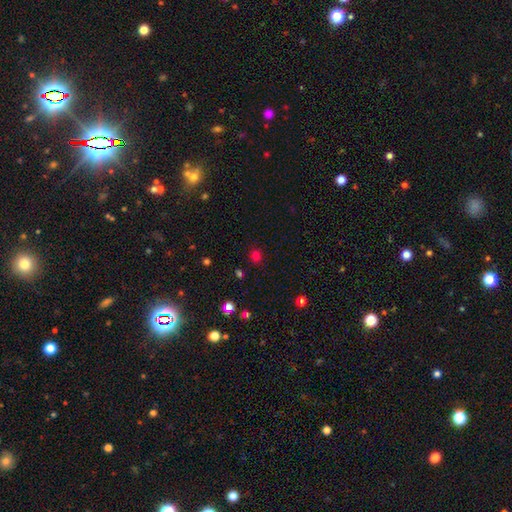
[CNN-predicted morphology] Smooth or featured: smooth — 70% (star or artifact — 25%)
How rounded: round — 83% (in between — 16%)
Merging: none — 87% (minor disturbance — 8%)